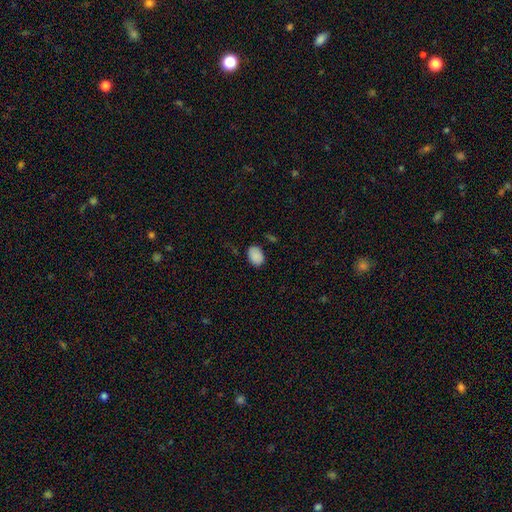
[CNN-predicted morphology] Smooth or featured? Predicted: smooth (p=0.87). How rounded? Predicted: in between (p=0.79). Merging? Predicted: none (p=0.79).